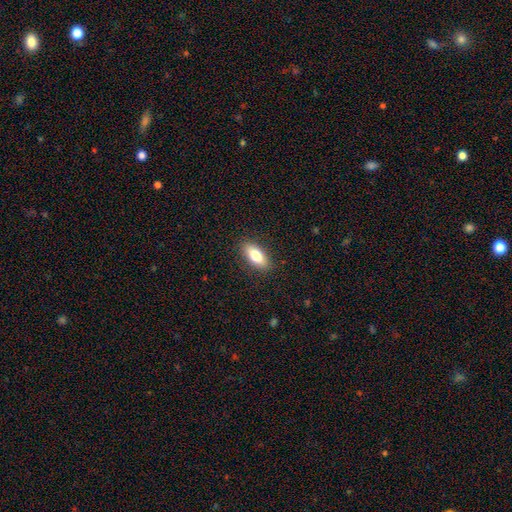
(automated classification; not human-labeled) A smooth galaxy with no disk features (81%) that is in between round and cigar-shaped (84%). Merging: none (88%).